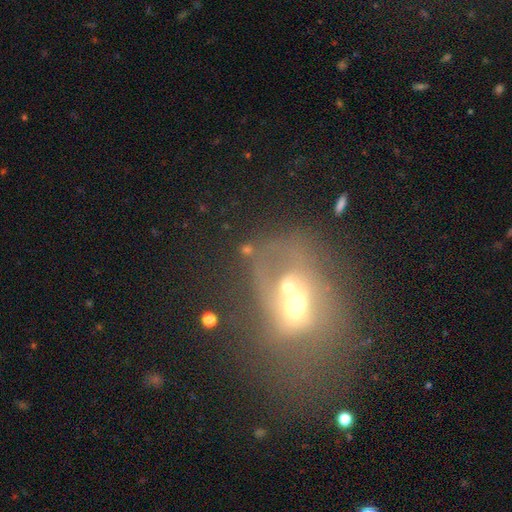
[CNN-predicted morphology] Smooth or featured?
  - featured or disk: 47% *
  - smooth: 37%
  - star or artifact: 17%
Merging?
  - merger: 64% *
  - major disturbance: 15%
  - none: 14%
  - minor disturbance: 7%